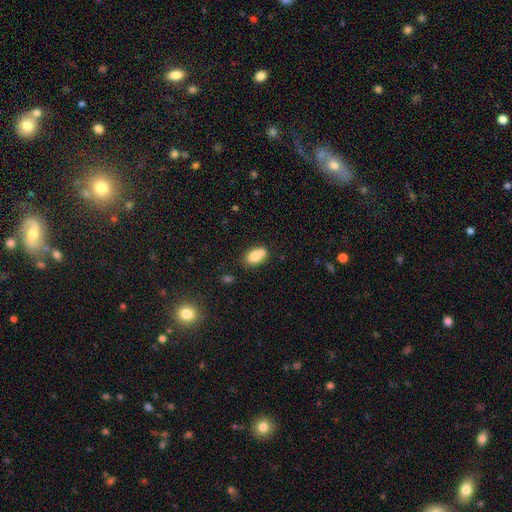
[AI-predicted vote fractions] smooth 77%, featured or disk 14%, star or artifact 9%. Down the decision tree: how rounded — in between (80%); merging — none (45%).